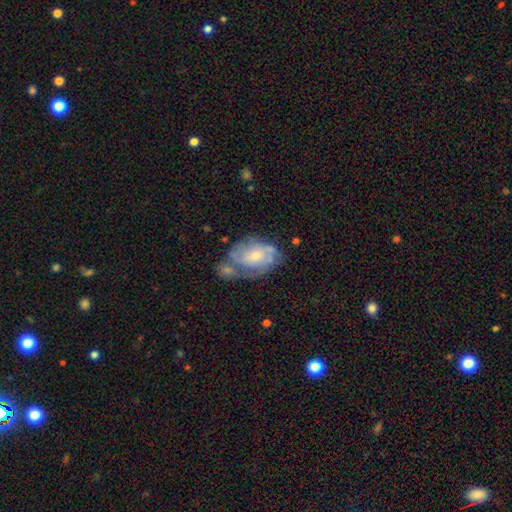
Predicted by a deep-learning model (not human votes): Morphology: type=featured or disk (61%); edge-on=no (96%); bar=no (70%); spiral arms=yes (70%); bulge=small (49%); merging=none (34%).